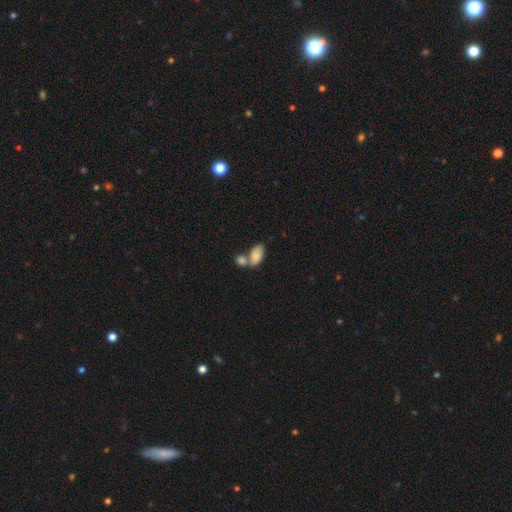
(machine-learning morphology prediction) Smooth or featured? Predicted: smooth (p=0.75). How rounded? Predicted: in between (p=0.91). Merging? Predicted: merger (p=0.59).